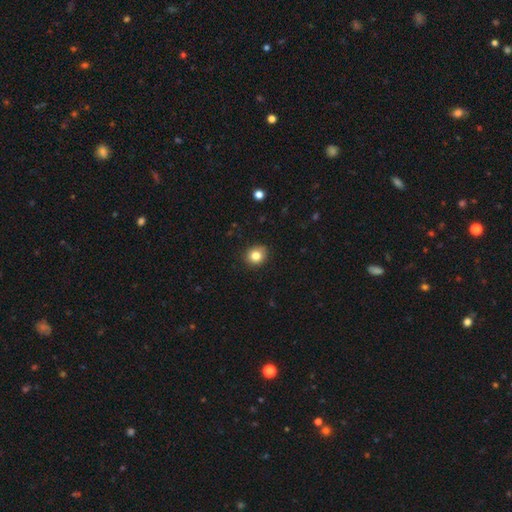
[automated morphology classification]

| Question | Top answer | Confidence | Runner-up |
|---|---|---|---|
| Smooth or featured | smooth | 82% | star or artifact (10%) |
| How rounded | round | 75% | in between (24%) |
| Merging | none | 88% | minor disturbance (9%) |